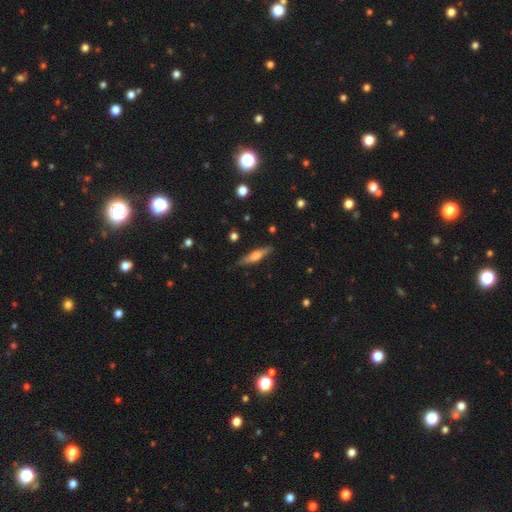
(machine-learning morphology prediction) type=featured or disk (51%); edge-on=yes (94%); merging=none (86%).